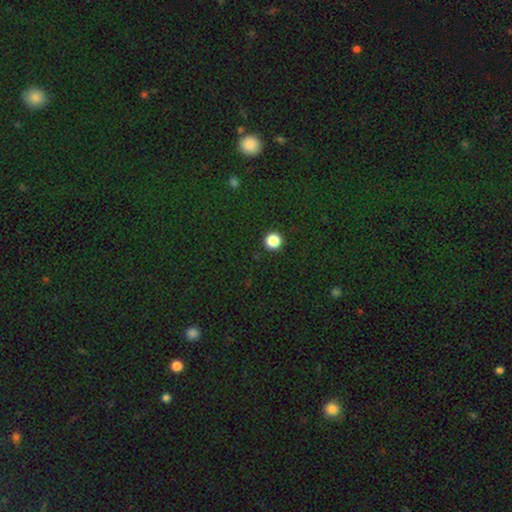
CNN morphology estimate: Smooth or featured? star or artifact (73%)